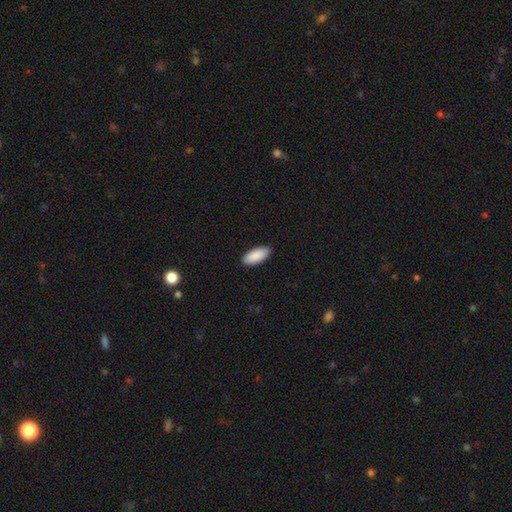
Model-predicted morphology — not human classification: smooth_or_featured: smooth (p=0.91) [alt: star or artifact p=0.06]
how_rounded: in between (p=0.90) [alt: cigar-shaped p=0.09]
merging: none (p=0.90) [alt: minor disturbance p=0.07]